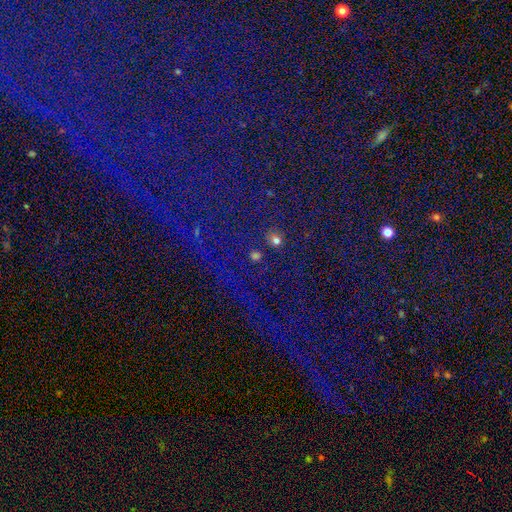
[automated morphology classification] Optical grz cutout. It shows a star or artifact, not a galaxy (60%).